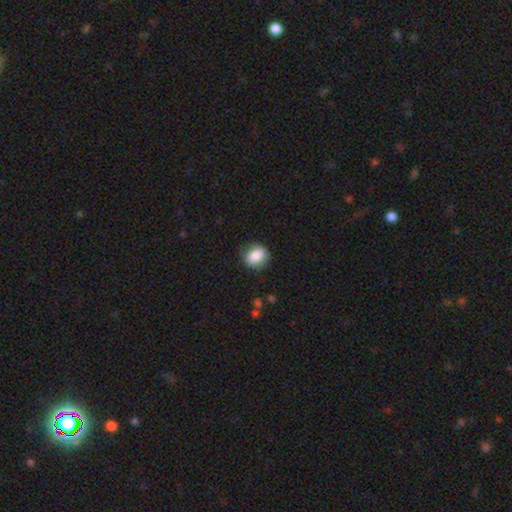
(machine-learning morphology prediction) Overall: smooth (80%). How rounded: round (62%; in between 37%). Merging: none (81%).